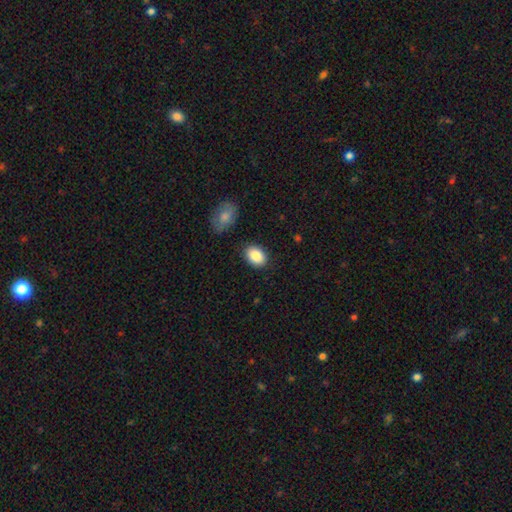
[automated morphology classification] type=smooth (88%); roundness=in between (80%); merging=none (86%).